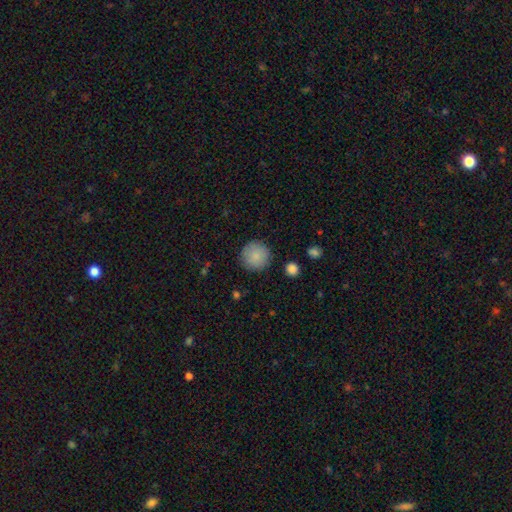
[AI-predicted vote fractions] A smooth galaxy with no disk features (87%) that is round (95%).

Vote fractions:
- Smooth or featured? smooth: 87% / star or artifact: 7% / featured or disk: 6%
- How rounded? round: 95% / in between: 4% / cigar-shaped: 1%
- Merging? none: 88% / minor disturbance: 8% / major disturbance: 2% / merger: 2%